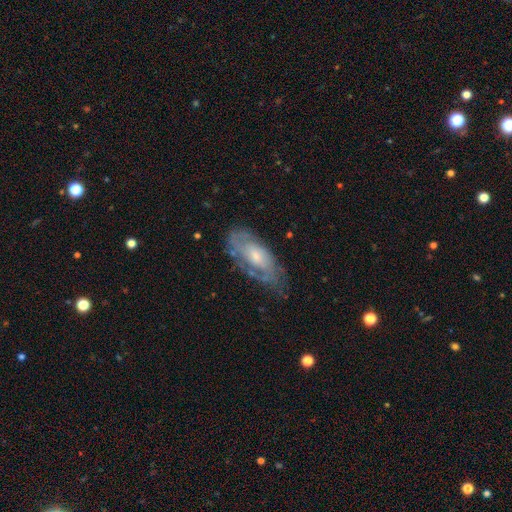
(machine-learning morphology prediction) This appears to be a featured or disk galaxy (68%) with no bar (74%), spiral arms (77%) and a moderate central bulge (48%). Merging: none (61%).